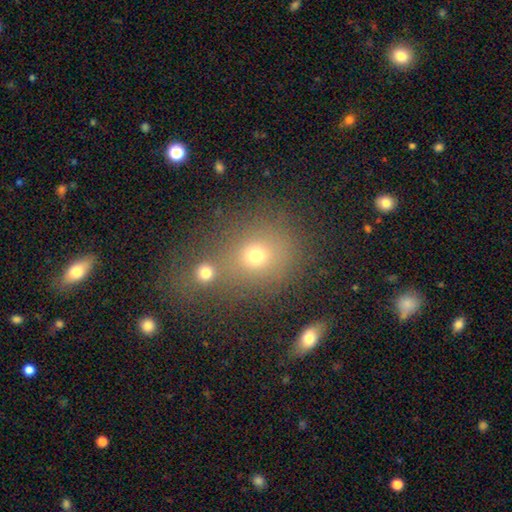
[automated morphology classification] Overall: smooth (67%). How rounded: round (73%). Merging: none (55%; merger 31%).